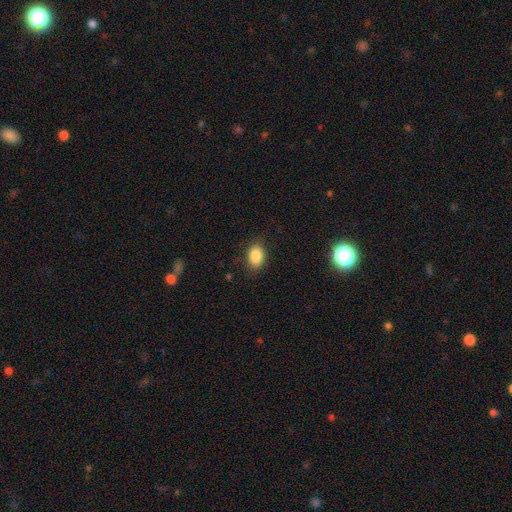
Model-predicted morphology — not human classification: Smooth or featured? smooth (87%)
How rounded? in between (84%)
Merging? none (84%)